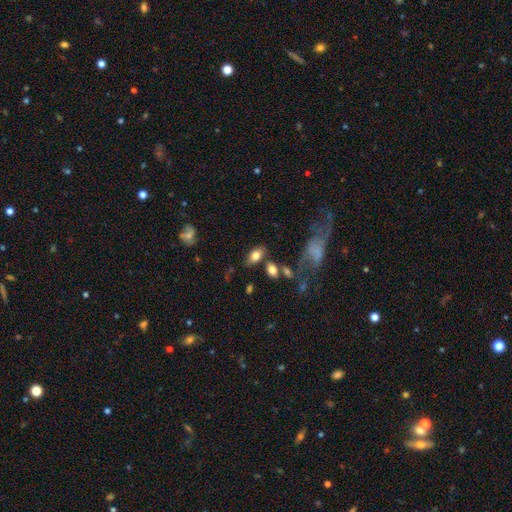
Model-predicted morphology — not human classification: Overall: smooth (77%). How rounded: in between (88%). Merging: none (70%).